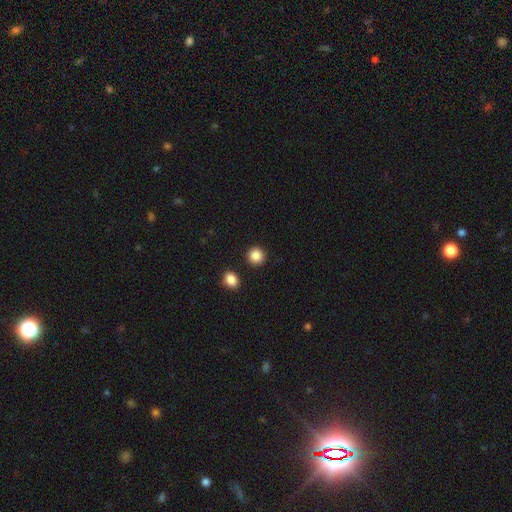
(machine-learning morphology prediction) A smooth galaxy with no disk features (87%) that is round (90%). Merging: none (90%).